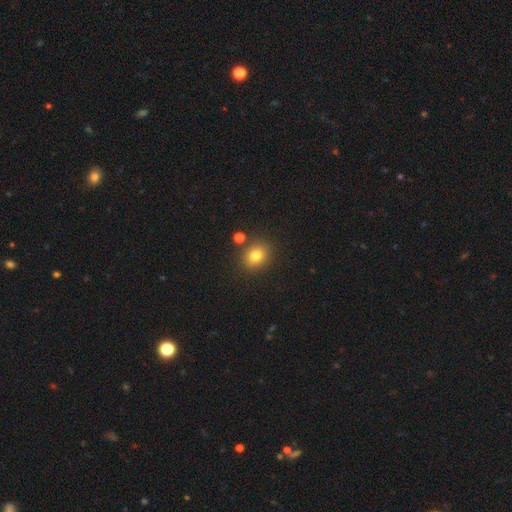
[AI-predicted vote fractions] Smooth or featured? smooth (79%)
How rounded? round (67%)
Merging? none (81%)